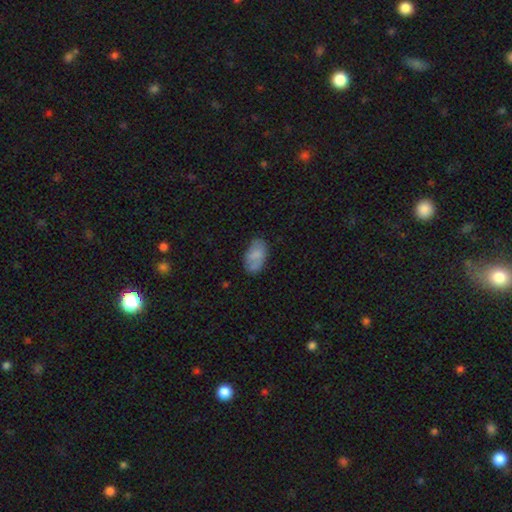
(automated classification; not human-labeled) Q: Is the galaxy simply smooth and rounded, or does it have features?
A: smooth — 77%.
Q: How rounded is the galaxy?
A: in between — 93%.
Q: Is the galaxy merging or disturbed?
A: none — 67%.